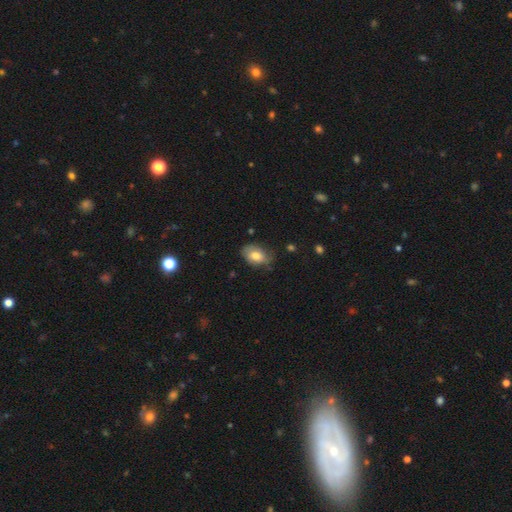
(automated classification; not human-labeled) Smooth or featured: smooth — 74% (featured or disk — 18%)
How rounded: in between — 83% (round — 16%)
Merging: none — 62% (minor disturbance — 30%)